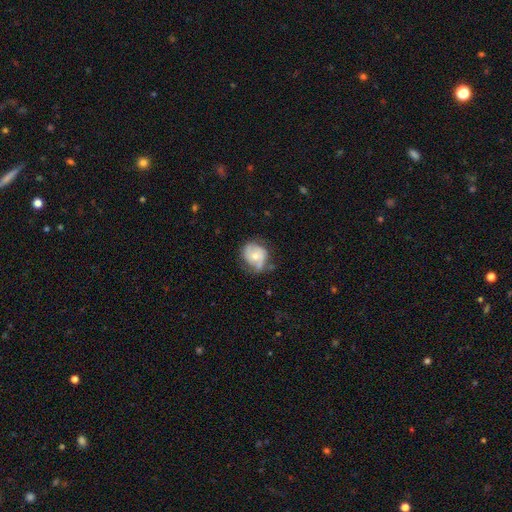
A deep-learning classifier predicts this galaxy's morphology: This appears to be a featured or disk galaxy (50%). Merging: none (49%).